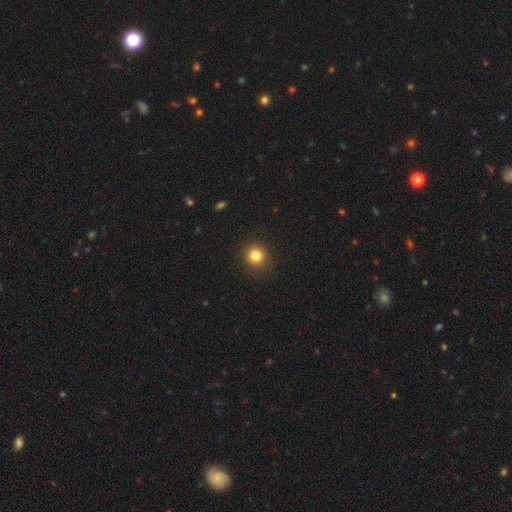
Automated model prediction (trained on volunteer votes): smooth 82%, star or artifact 12%, featured or disk 6%. Down the decision tree: how rounded — round (93%); merging — none (91%).